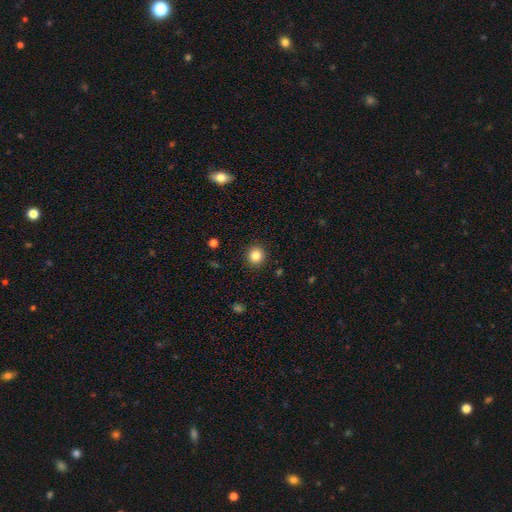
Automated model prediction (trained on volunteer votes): Smooth or featured? smooth (84%)
How rounded? round (91%)
Merging? none (91%)